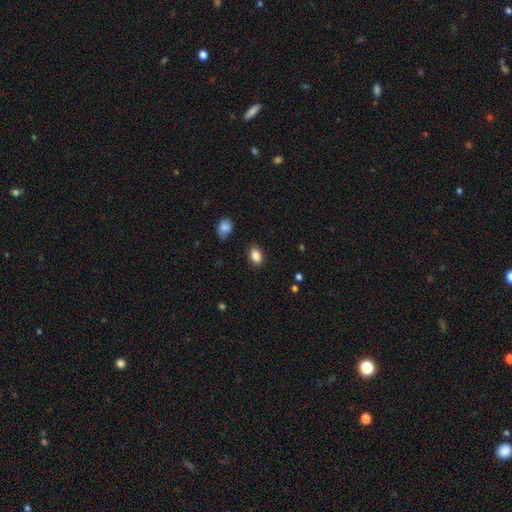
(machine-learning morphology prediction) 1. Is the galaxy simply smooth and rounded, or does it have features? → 87% smooth, 9% star or artifact, 5% featured or disk.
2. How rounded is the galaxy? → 85% in between, 13% round, 2% cigar-shaped.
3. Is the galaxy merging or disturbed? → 84% none, 11% minor disturbance, 3% major disturbance, 1% merger.